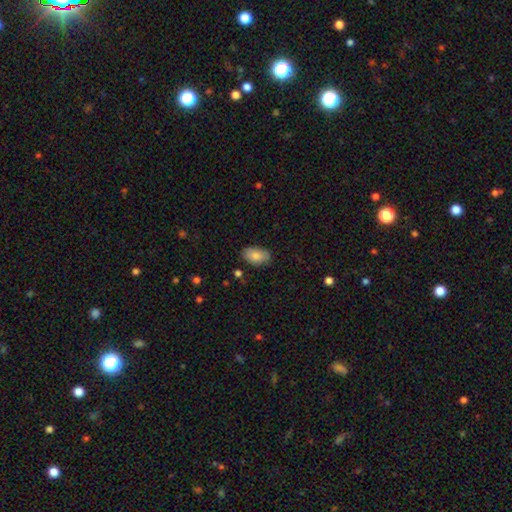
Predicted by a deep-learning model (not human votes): Morphology: type=smooth (84%); roundness=in between (92%); merging=none (82%).